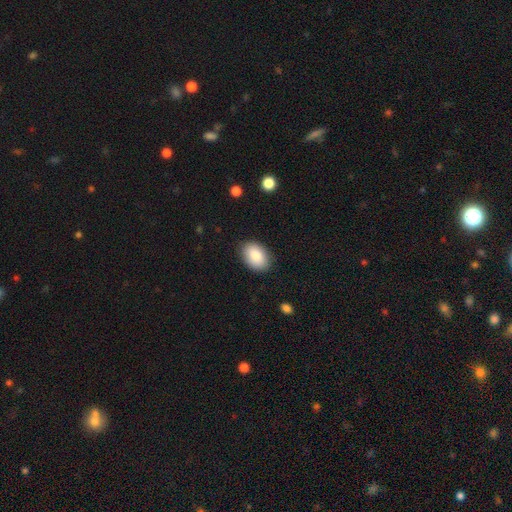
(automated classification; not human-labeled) Smooth or featured? Predicted: smooth (p=0.85). How rounded? Predicted: in between (p=0.88). Merging? Predicted: none (p=0.86).